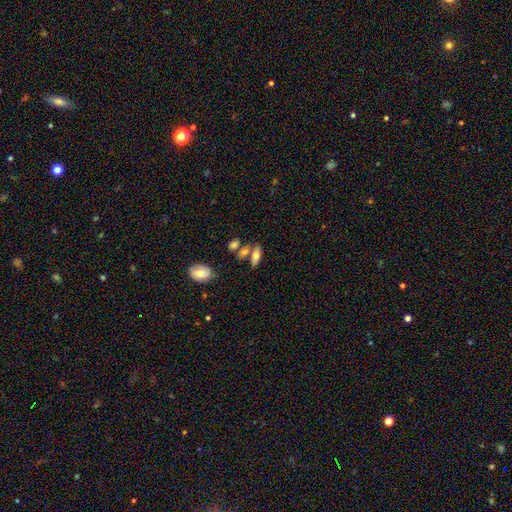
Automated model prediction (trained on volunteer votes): Q: Smooth or featured?
A: smooth (64%); runner-up: featured or disk (27%)
Q: How rounded?
A: in between (67%); runner-up: cigar-shaped (29%)
Q: Merging?
A: none (57%); runner-up: merger (24%)